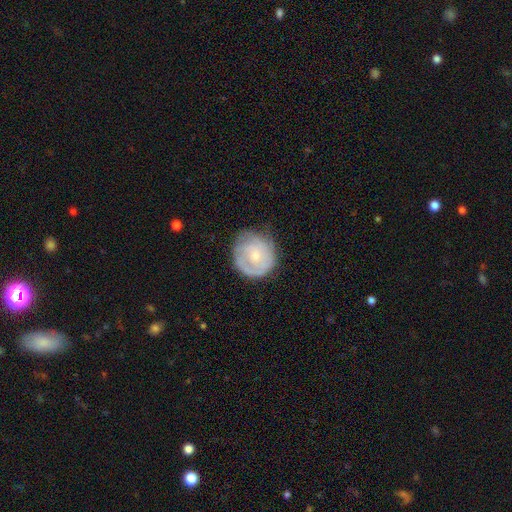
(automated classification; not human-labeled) Q: Smooth or featured?
A: featured or disk (60%); runner-up: smooth (34%)
Q: Edge-on disk?
A: no (98%); runner-up: yes (2%)
Q: Bar?
A: no (79%); runner-up: weak (19%)
Q: Spiral arms?
A: yes (77%); runner-up: no (23%)
Q: Bulge size?
A: small (62%); runner-up: moderate (33%)
Q: Merging?
A: none (69%); runner-up: minor disturbance (22%)